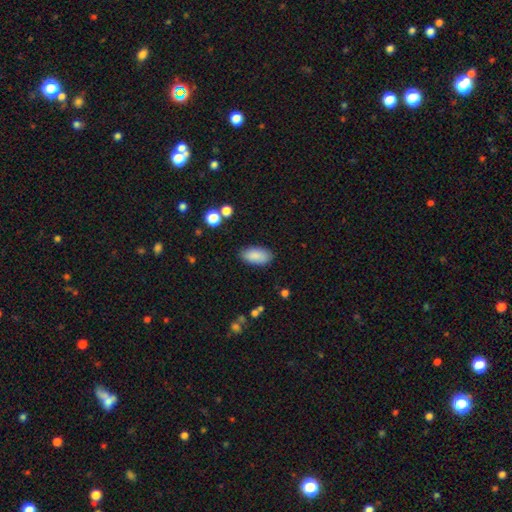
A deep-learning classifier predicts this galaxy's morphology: smooth_or_featured: smooth (p=0.88) [alt: star or artifact p=0.07]
how_rounded: in between (p=0.92) [alt: cigar-shaped p=0.05]
merging: none (p=0.86) [alt: minor disturbance p=0.10]